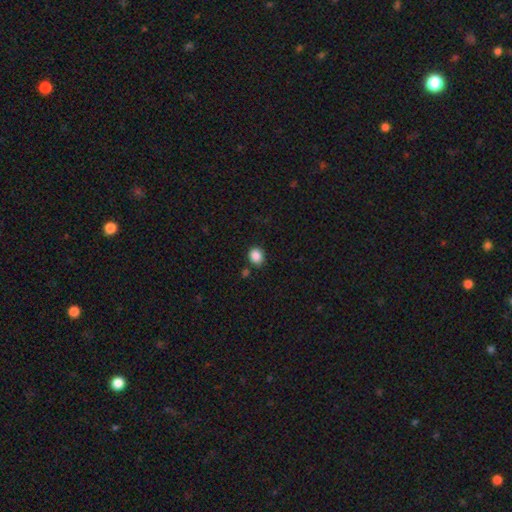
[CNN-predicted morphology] A smooth galaxy with no disk features (87%) that is round (69%). Merging: none (83%).